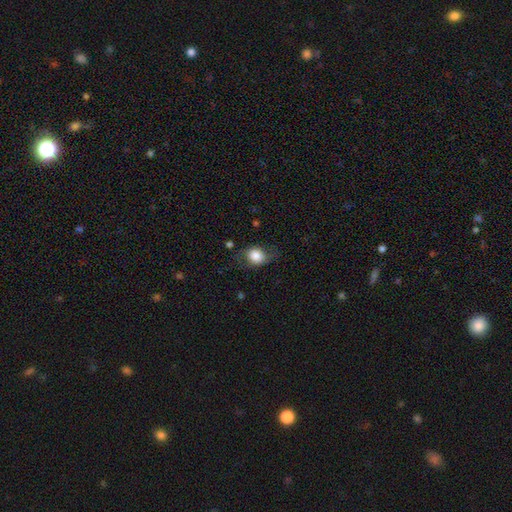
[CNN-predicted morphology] smooth 74%, featured or disk 17%, star or artifact 8%. Down the decision tree: how rounded — round (60%); merging — none (62%).